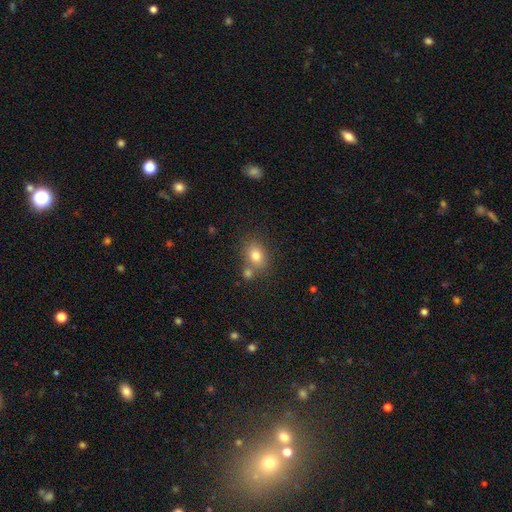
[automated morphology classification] smooth-or-featured: smooth: 79% | star or artifact: 11% | featured or disk: 10%
  how-rounded: in between: 57% | round: 42% | cigar-shaped: 1%
  merging: none: 61% | merger: 23% | minor disturbance: 12% | major disturbance: 4%